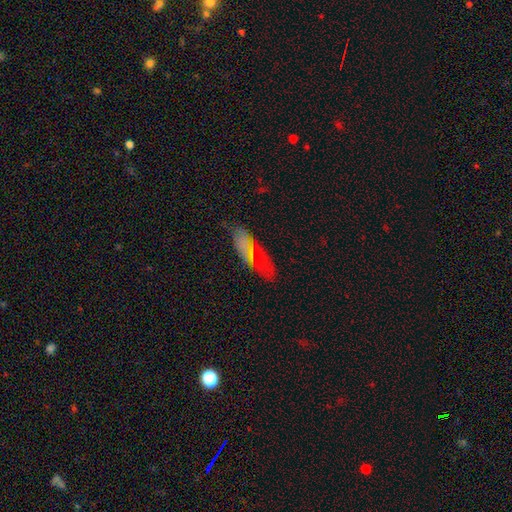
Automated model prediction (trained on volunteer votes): This is possibly a smooth galaxy (51%). How rounded: likely in between (71%). Merging: likely none (71%).